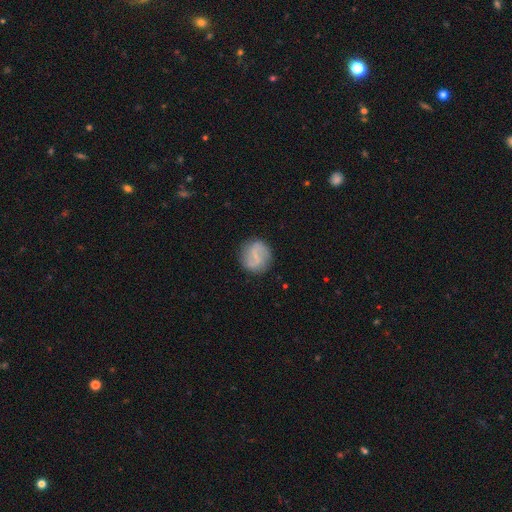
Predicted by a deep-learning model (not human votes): featured or disk 62%, smooth 31%, star or artifact 6%. Down the decision tree: edge-on disk — no (98%); bar — weak (52%); spiral arms — yes (87%); spiral arm count — 2 (89%); spiral winding — medium (44%); bulge size — small (58%); merging — none (84%).